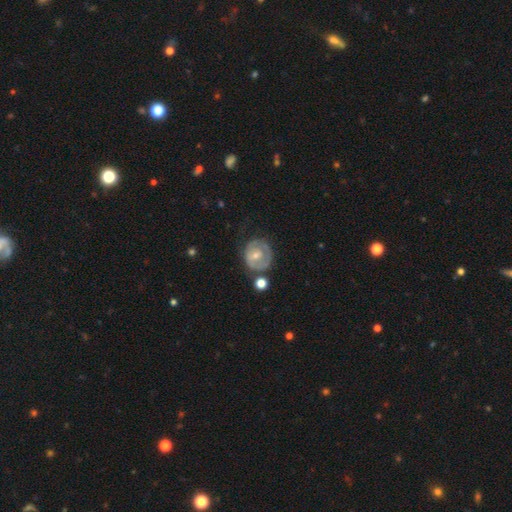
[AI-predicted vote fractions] featured or disk 55%, smooth 38%, star or artifact 7%. Down the decision tree: edge-on disk — no (97%); bar — no (58%); spiral arms — yes (51%); bulge size — small (48%); merging — none (53%).